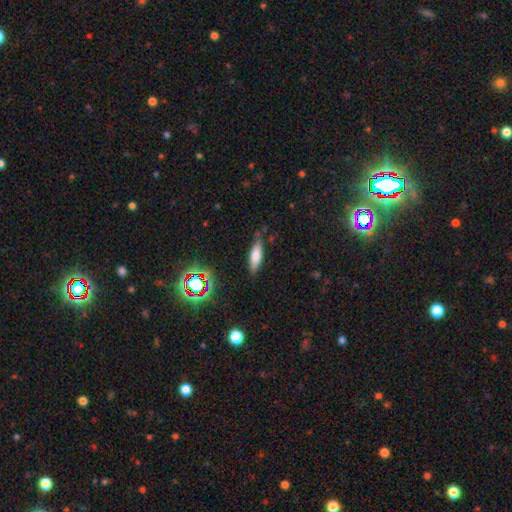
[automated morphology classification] Smooth or featured? Predicted: smooth (p=0.68). How rounded? Predicted: cigar-shaped (p=0.52). Merging? Predicted: none (p=0.75).